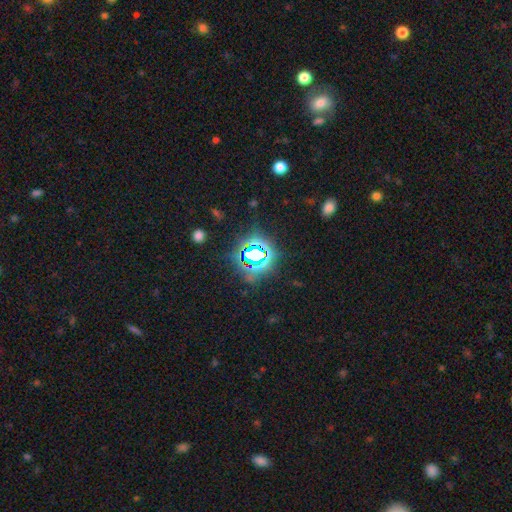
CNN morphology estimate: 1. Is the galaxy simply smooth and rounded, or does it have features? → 76% star or artifact, 15% smooth, 10% featured or disk.